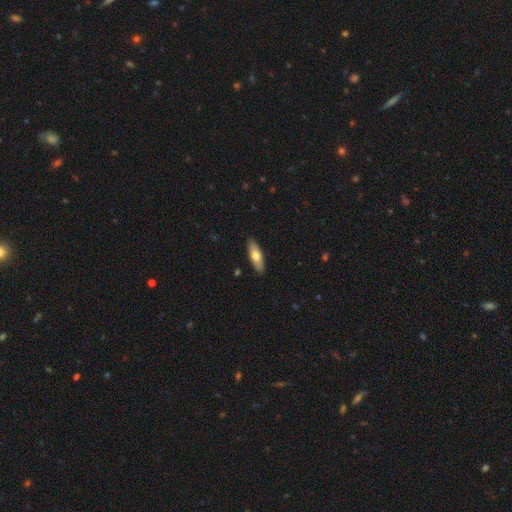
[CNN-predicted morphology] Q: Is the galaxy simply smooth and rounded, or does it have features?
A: smooth — 66%.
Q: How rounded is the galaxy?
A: in between — 60%.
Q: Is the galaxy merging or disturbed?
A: none — 89%.